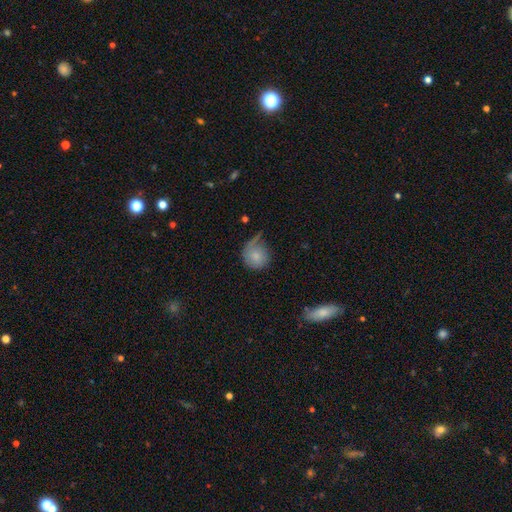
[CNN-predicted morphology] Smooth or featured? smooth (78%)
How rounded? round (87%)
Merging? none (51%)